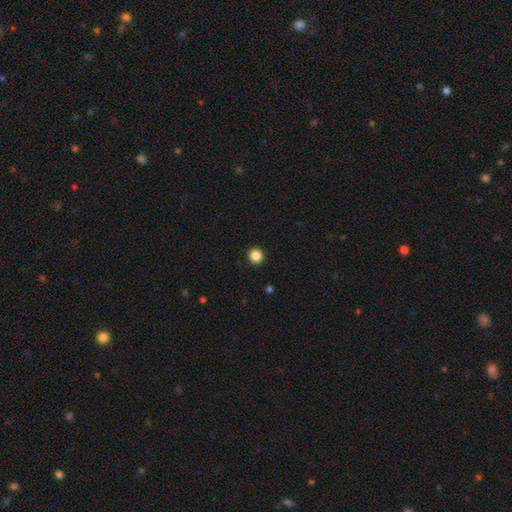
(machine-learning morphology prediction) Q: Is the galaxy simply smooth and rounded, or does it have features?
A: smooth — 87%.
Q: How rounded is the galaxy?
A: round — 90%.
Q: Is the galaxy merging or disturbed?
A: none — 93%.